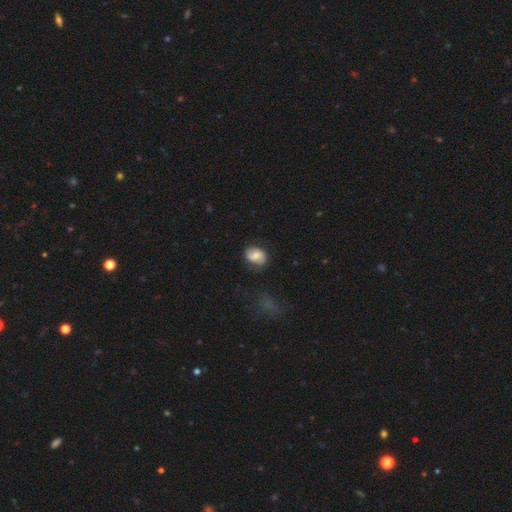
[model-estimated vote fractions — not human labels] Smooth or featured?
  - smooth: 49% *
  - featured or disk: 42%
  - star or artifact: 8%
Merging?
  - none: 73% *
  - minor disturbance: 19%
  - major disturbance: 6%
  - merger: 2%